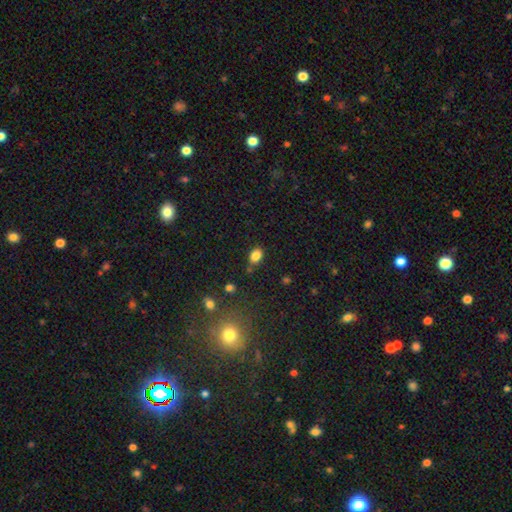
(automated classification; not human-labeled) Overall: smooth (83%). How rounded: in between (77%). Merging: none (75%).